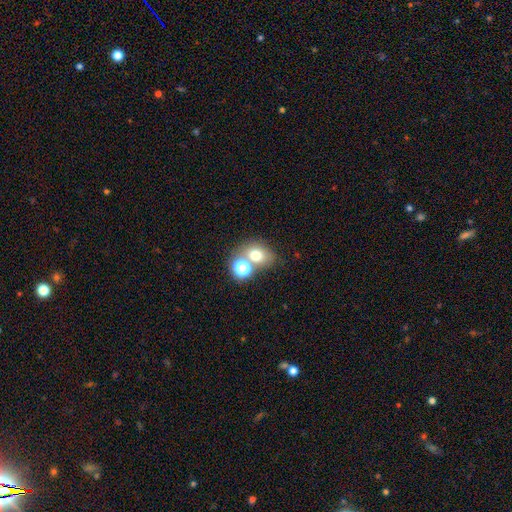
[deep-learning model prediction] The model was most divided on "how rounded": round: 55%, in between: 44%, cigar-shaped: 1%. More confident: smooth or featured — smooth (69%); merging — none (52%).